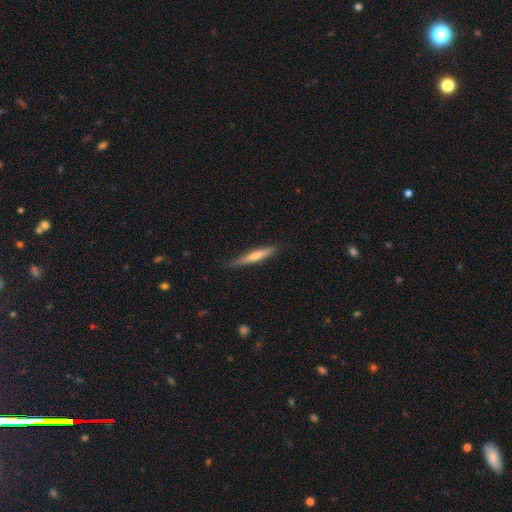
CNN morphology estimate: Overall: featured or disk (52%; smooth 41%). Edge-on disk: yes (96%). Edge-on bulge: rounded (70%). Merging: none (86%).